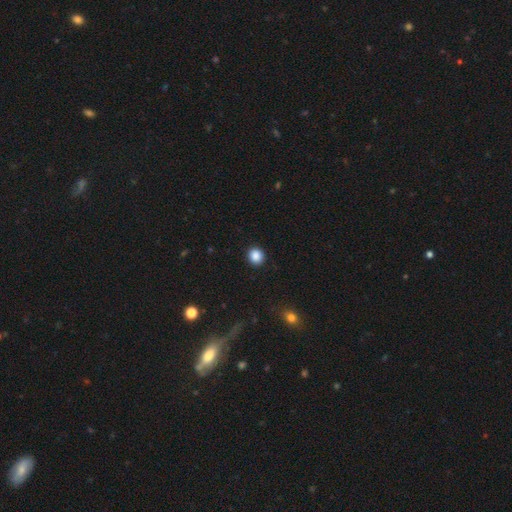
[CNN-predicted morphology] Overall: smooth (88%). How rounded: round (84%). Merging: none (92%).